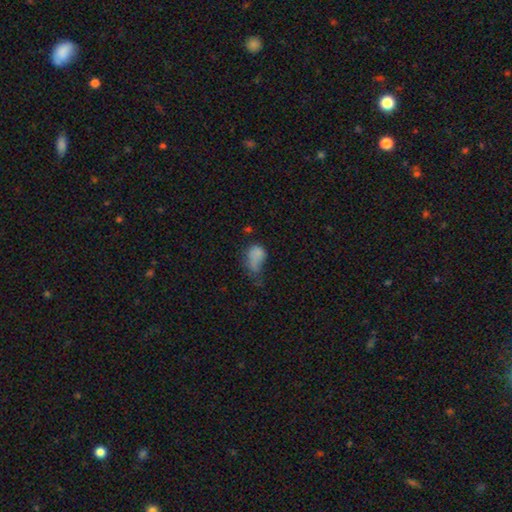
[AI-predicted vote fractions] This appears to be a smooth galaxy with no disk features (71%) that is in between round and cigar-shaped (77%). Merging: major disturbance (44%).